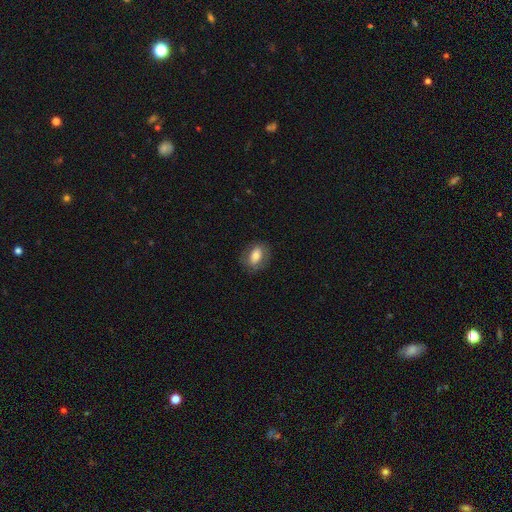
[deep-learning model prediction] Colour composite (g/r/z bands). It shows a smooth galaxy with no disk features (66%) that is in between round and cigar-shaped (78%). Merging: none (78%).